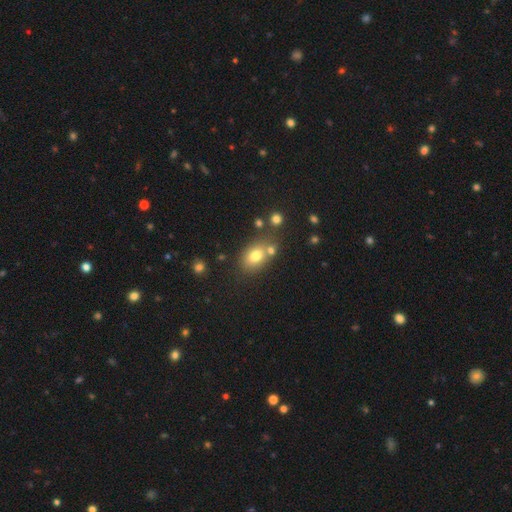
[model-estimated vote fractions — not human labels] smooth 77%, featured or disk 12%, star or artifact 11%. Down the decision tree: how rounded — in between (74%); merging — none (60%).